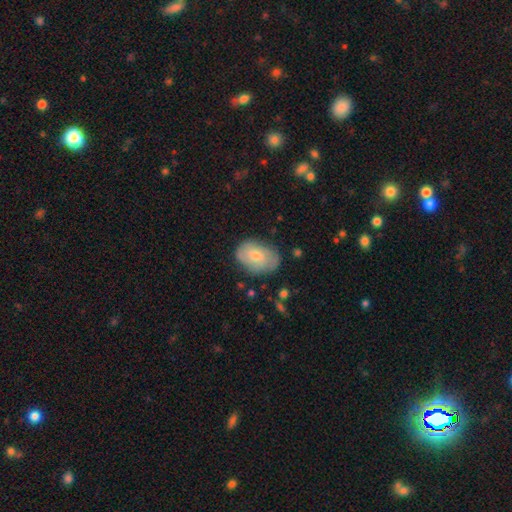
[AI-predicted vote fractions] This is possibly a smooth galaxy (58%). How rounded: clearly in between (83%). Merging: likely none (73%).